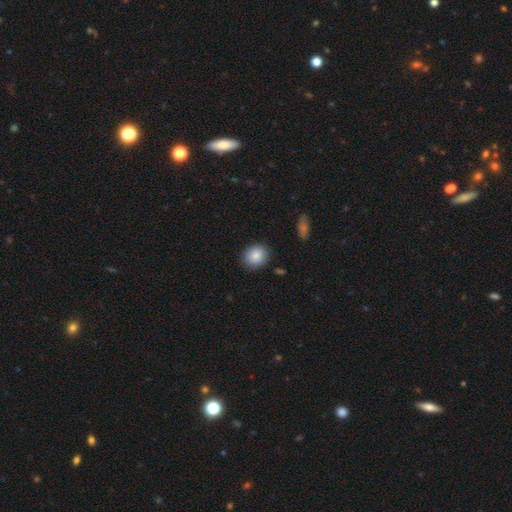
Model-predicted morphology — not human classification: Smooth or featured?
  - smooth: 87% *
  - star or artifact: 8%
  - featured or disk: 6%
How rounded?
  - round: 66% *
  - in between: 33%
  - cigar-shaped: 1%
Merging?
  - none: 87% *
  - minor disturbance: 9%
  - major disturbance: 2%
  - merger: 2%